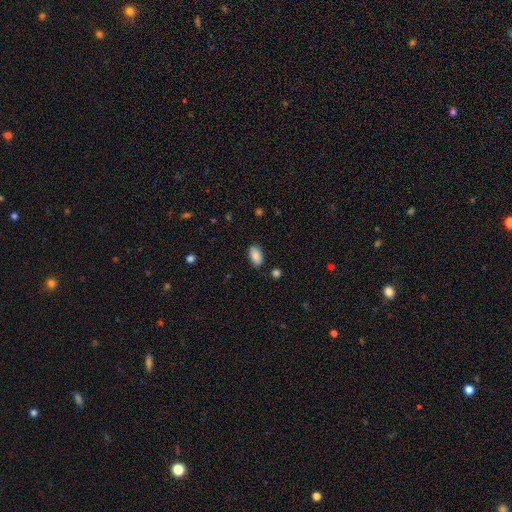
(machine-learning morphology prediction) A smooth galaxy with no disk features (86%) that is in between round and cigar-shaped (94%).

Vote fractions:
- Smooth or featured? smooth: 86% / star or artifact: 7% / featured or disk: 6%
- How rounded? in between: 94% / round: 4% / cigar-shaped: 2%
- Merging? none: 83% / minor disturbance: 12% / major disturbance: 3% / merger: 2%